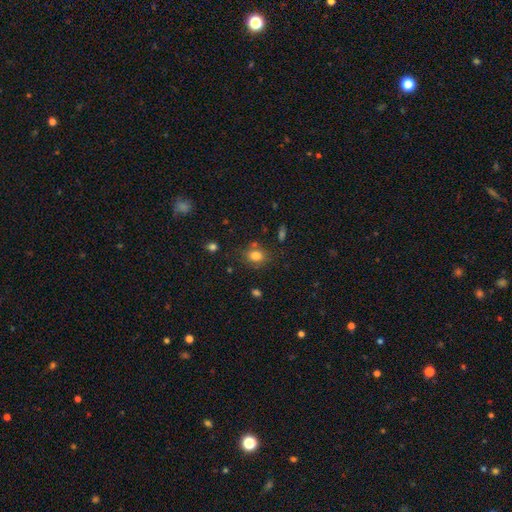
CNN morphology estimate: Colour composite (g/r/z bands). It shows a smooth galaxy with no disk features (80%) that is round (50%). Merging: none (71%).